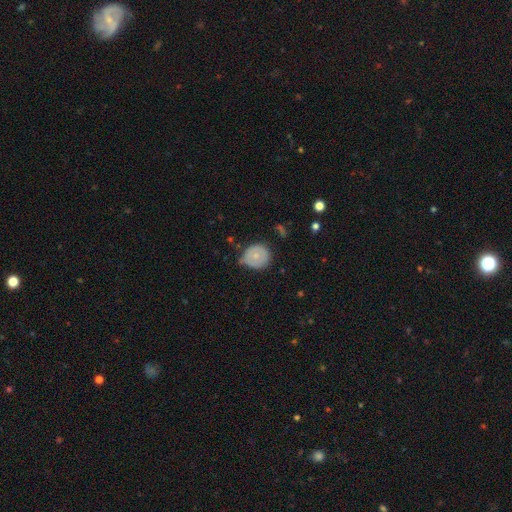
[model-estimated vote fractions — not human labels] A smooth galaxy with no disk features (68%) that is round (88%).

Vote fractions:
- Smooth or featured? smooth: 68% / featured or disk: 24% / star or artifact: 8%
- How rounded? round: 88% / in between: 11% / cigar-shaped: 1%
- Merging? none: 58% / minor disturbance: 33% / major disturbance: 7% / merger: 3%